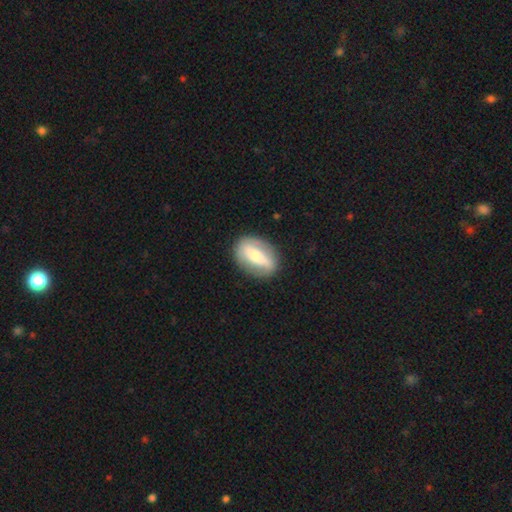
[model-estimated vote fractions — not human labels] A featured or disk galaxy (51%). Merging: none (82%).